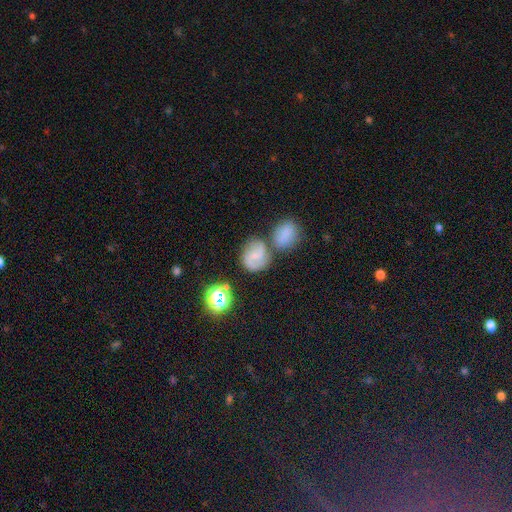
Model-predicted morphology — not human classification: Q: Smooth or featured?
A: smooth (44%); runner-up: featured or disk (43%)
Q: Merging?
A: none (50%); runner-up: merger (29%)